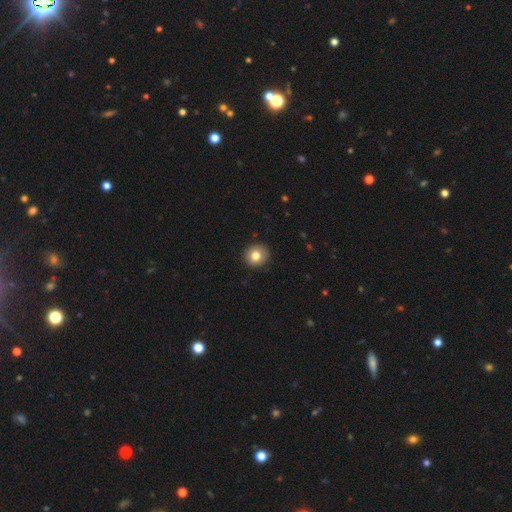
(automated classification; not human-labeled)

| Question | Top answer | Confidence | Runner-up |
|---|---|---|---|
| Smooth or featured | smooth | 81% | star or artifact (9%) |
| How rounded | round | 91% | in between (8%) |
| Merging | none | 91% | minor disturbance (7%) |